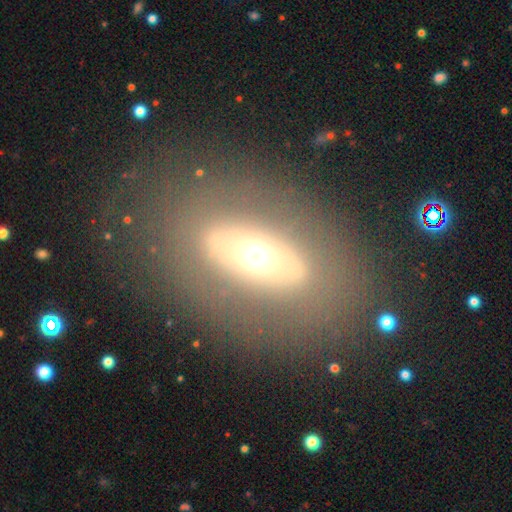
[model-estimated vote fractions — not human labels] Overall: featured or disk (52%; smooth 37%). Edge-on disk: no (85%). Merging: none (77%).